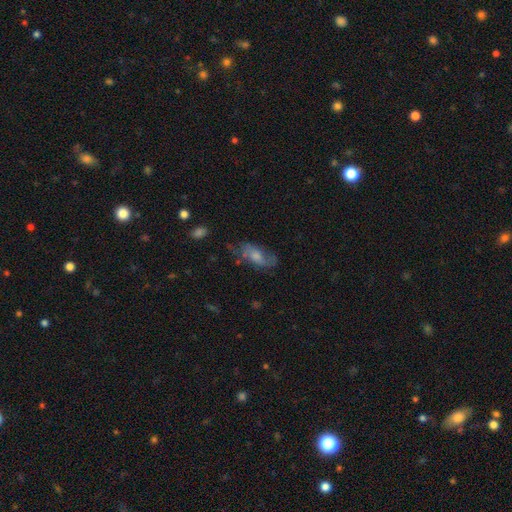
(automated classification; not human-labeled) Q: Smooth or featured?
A: smooth (50%); runner-up: featured or disk (42%)
Q: Merging?
A: none (53%); runner-up: minor disturbance (27%)